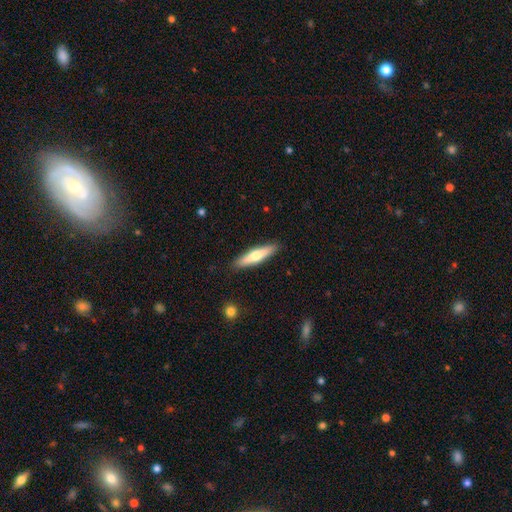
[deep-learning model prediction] Overall: smooth (52%; featured or disk 43%). How rounded: cigar-shaped (81%). Merging: none (90%).